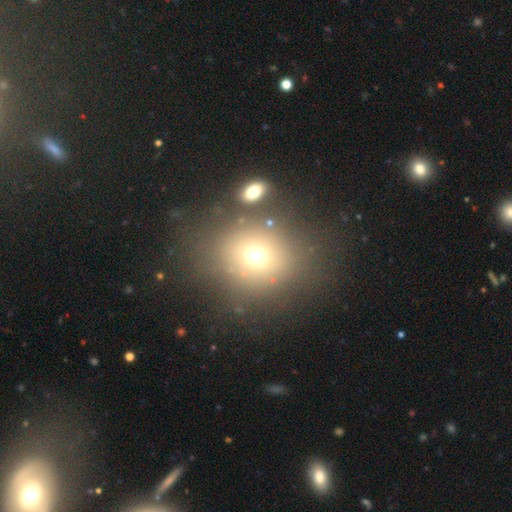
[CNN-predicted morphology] smooth 67%, star or artifact 19%, featured or disk 15%. Down the decision tree: how rounded — round (73%); merging — none (70%).